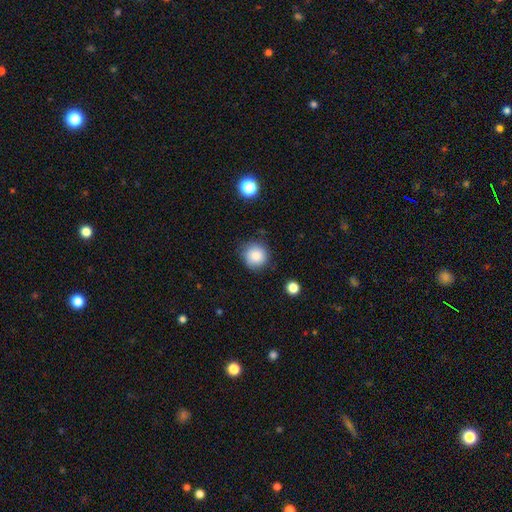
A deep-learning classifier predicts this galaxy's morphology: smooth_or_featured: smooth (p=0.85) [alt: star or artifact p=0.09]
how_rounded: round (p=0.92) [alt: in between p=0.07]
merging: none (p=0.80) [alt: minor disturbance p=0.14]